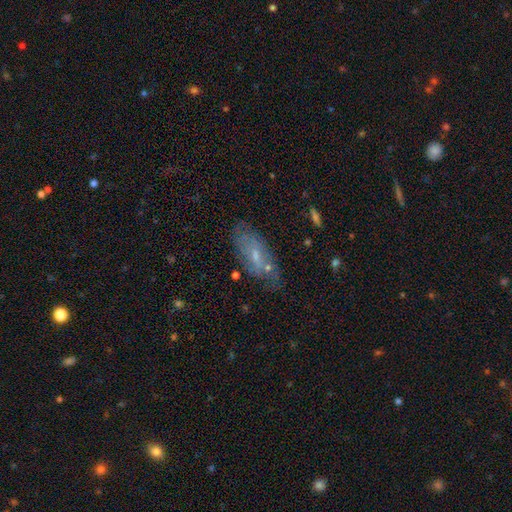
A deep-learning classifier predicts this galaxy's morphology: The model was most divided on "smooth or featured": featured or disk: 49%, smooth: 41%, star or artifact: 10%. More confident: merging — none (60%).